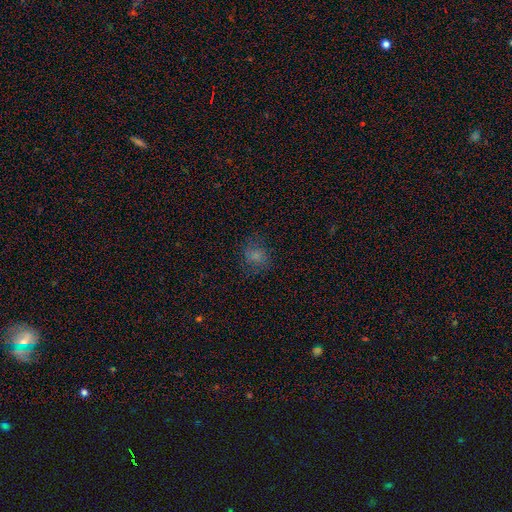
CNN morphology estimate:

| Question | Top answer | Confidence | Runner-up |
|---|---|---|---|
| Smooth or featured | smooth | 69% | star or artifact (19%) |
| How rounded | round | 66% | in between (33%) |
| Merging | none | 71% | minor disturbance (18%) |